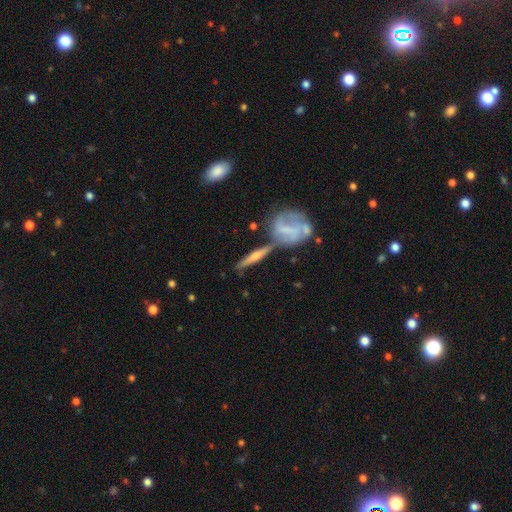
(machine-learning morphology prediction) Smooth or featured? Predicted: featured or disk (p=0.68). Edge-on disk? Predicted: yes (p=0.83). Edge-on bulge? Predicted: rounded (p=0.76). Merging? Predicted: none (p=0.59).